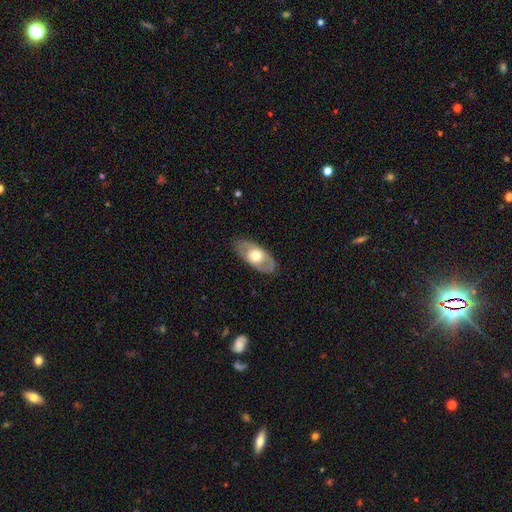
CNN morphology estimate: A featured or disk galaxy (51%).

Vote fractions:
- Smooth or featured? featured or disk: 51% / smooth: 44% / star or artifact: 5%
- Edge-on disk? no: 81% / yes: 19%
- Merging? none: 83% / minor disturbance: 12% / major disturbance: 4% / merger: 1%